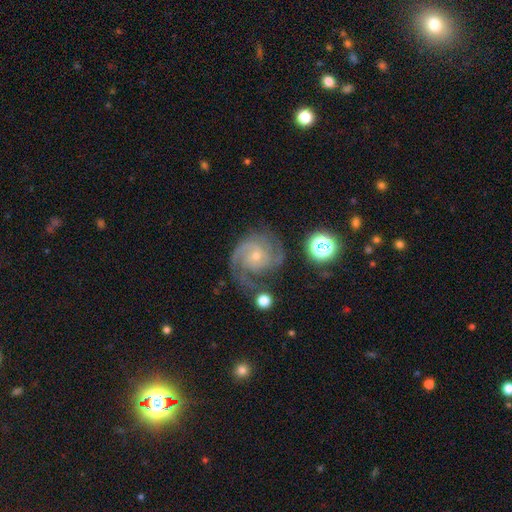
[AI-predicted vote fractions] smooth-or-featured: featured or disk: 89% | star or artifact: 6% | smooth: 5%
  disk-edge-on: no: 98% | yes: 2%
    bar: no: 71% | weak: 23% | strong: 5%
    has-spiral-arms: yes: 98% | no: 2%
      spiral-winding: tight: 56% | medium: 38% | loose: 6%
      spiral-arm-count: 2: 54% | 3: 23% | can't tell: 10% | 4: 5% | 1: 5% | more than 4: 4%
    bulge-size: small: 72% | moderate: 24% | none: 2% | large: 1% | dominant: 1%
  merging: none: 69% | minor disturbance: 18% | major disturbance: 10% | merger: 3%